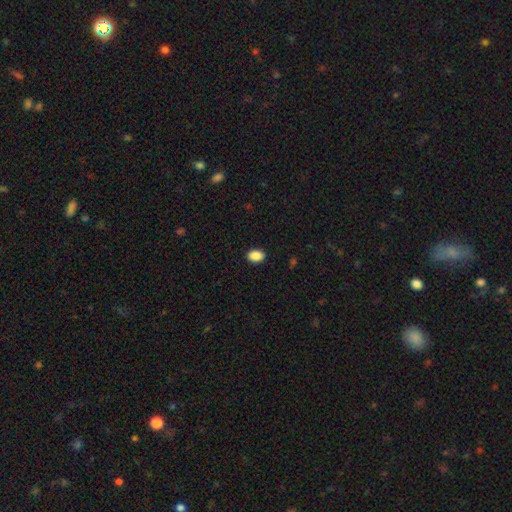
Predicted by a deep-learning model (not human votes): Overall: smooth (89%). How rounded: in between (79%). Merging: none (90%).